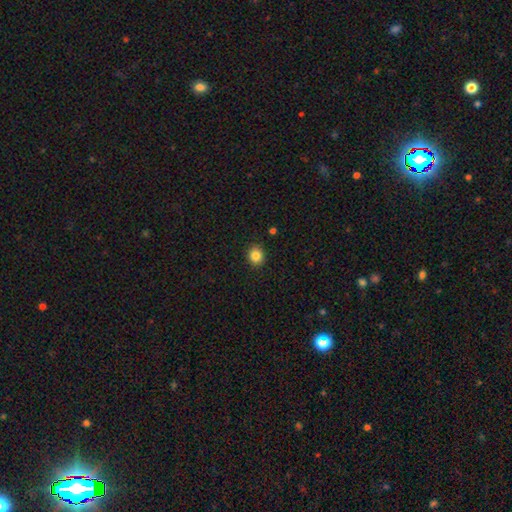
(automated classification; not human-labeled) This appears to be a smooth galaxy with no disk features (84%) that is round (78%). Merging: none (89%).